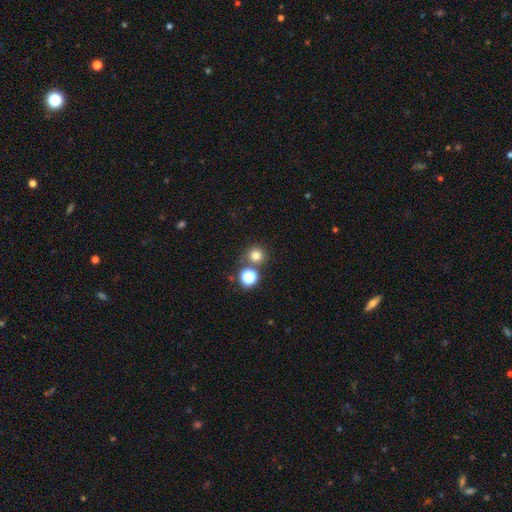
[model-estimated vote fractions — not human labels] smooth_or_featured: smooth (p=0.76) [alt: star or artifact p=0.17]
how_rounded: round (p=0.92) [alt: in between p=0.07]
merging: none (p=0.72) [alt: merger p=0.16]